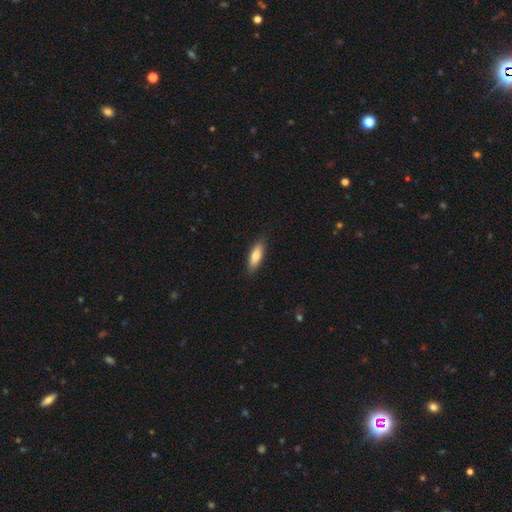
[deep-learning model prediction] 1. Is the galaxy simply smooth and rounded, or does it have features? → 77% smooth, 18% featured or disk, 6% star or artifact.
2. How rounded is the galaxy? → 58% in between, 40% cigar-shaped, 2% round.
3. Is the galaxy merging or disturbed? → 86% none, 11% minor disturbance, 2% major disturbance, 1% merger.